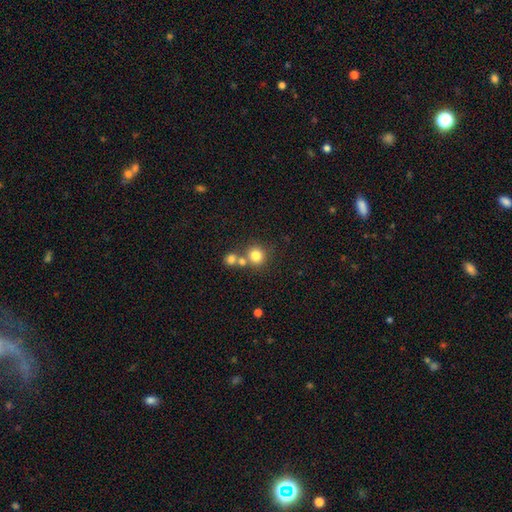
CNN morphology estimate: smooth 79%, star or artifact 13%, featured or disk 8%. Down the decision tree: how rounded — round (91%); merging — none (62%).